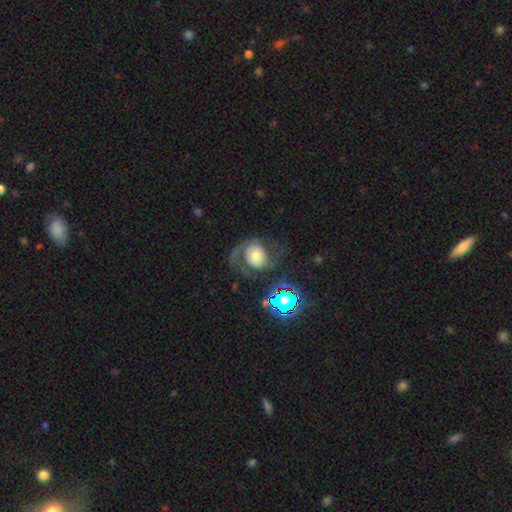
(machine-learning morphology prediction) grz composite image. It shows a featured or disk galaxy (71%) with no bar (67%), 2 (83%) medium (45%) spiral arms (91%) and a moderate central bulge (40%). Merging: none (53%).